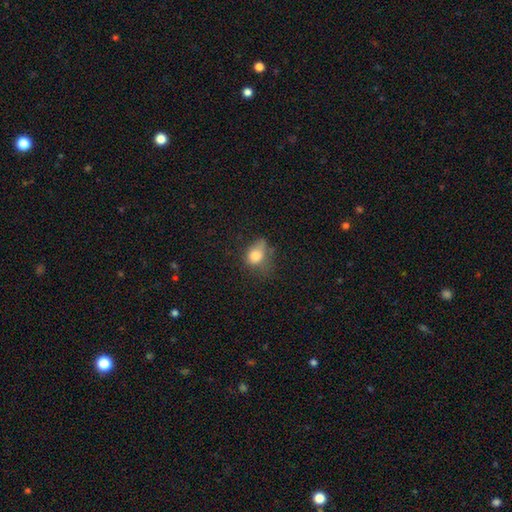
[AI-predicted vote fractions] Smooth or featured? Predicted: smooth (p=0.76). How rounded? Predicted: in between (p=0.56). Merging? Predicted: minor disturbance (p=0.35).